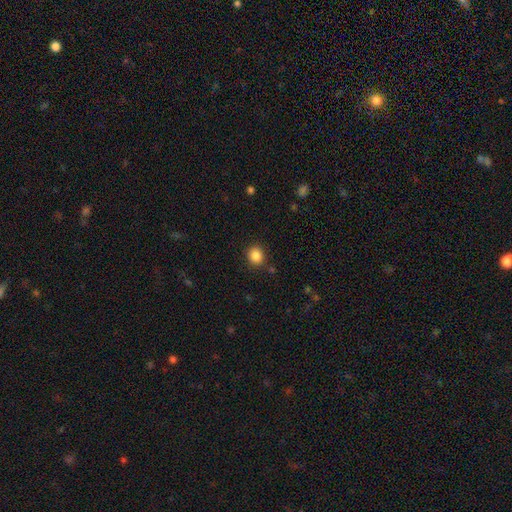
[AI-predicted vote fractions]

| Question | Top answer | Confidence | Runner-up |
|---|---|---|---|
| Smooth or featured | smooth | 85% | star or artifact (10%) |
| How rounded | round | 75% | in between (24%) |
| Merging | none | 87% | minor disturbance (8%) |